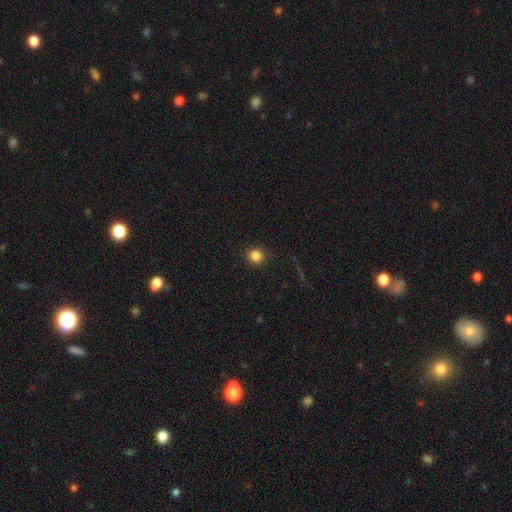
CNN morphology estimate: Overall: smooth (84%). How rounded: round (91%). Merging: none (90%).